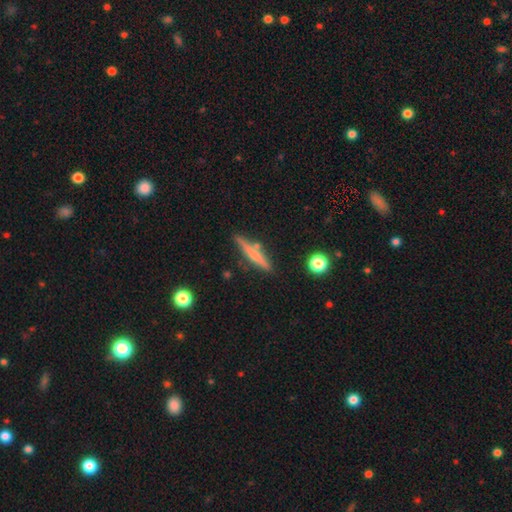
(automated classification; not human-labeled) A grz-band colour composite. It shows a smooth galaxy with no disk features (49%). Merging: none (80%).